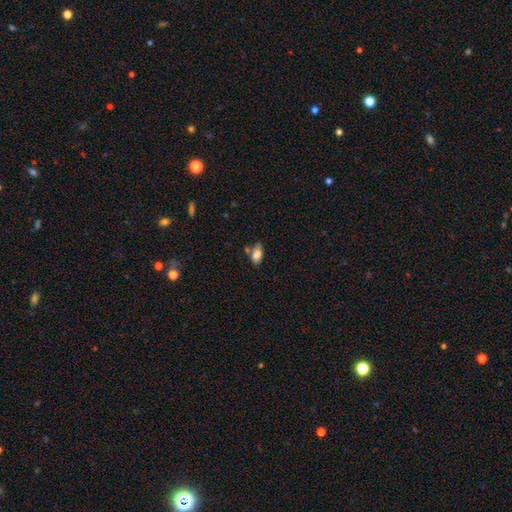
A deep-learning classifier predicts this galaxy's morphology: Smooth or featured? smooth (77%)
How rounded? in between (89%)
Merging? none (51%)